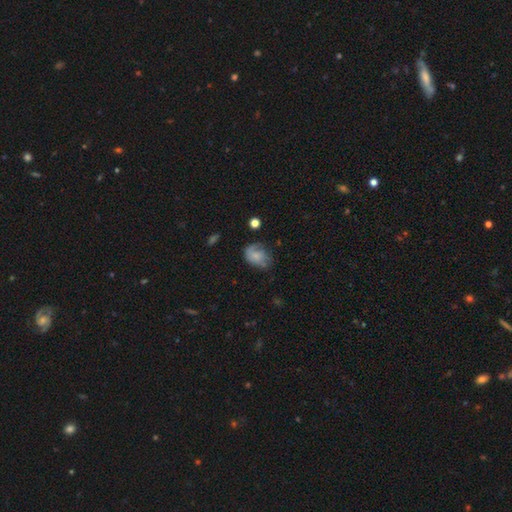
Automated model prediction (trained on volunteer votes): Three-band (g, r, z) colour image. It shows a smooth galaxy with no disk features (60%) that is in between round and cigar-shaped (66%). Merging: none (46%).